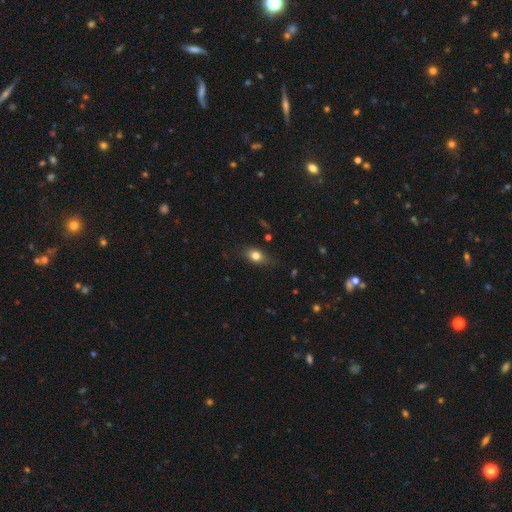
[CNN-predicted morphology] A smooth galaxy with no disk features (77%) that is in between round and cigar-shaped (71%). Merging: none (74%).